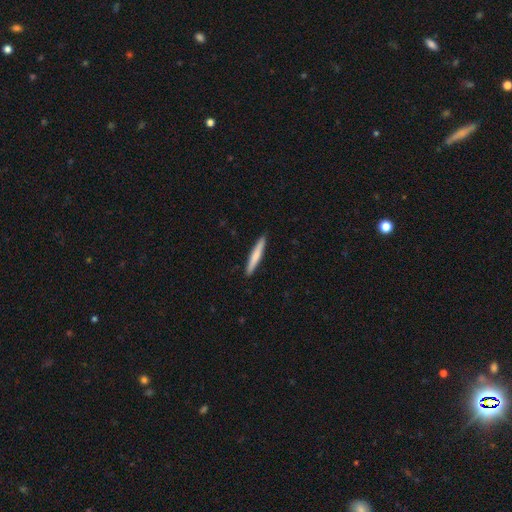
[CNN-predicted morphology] Smooth or featured? smooth (71%)
How rounded? cigar-shaped (95%)
Merging? none (92%)